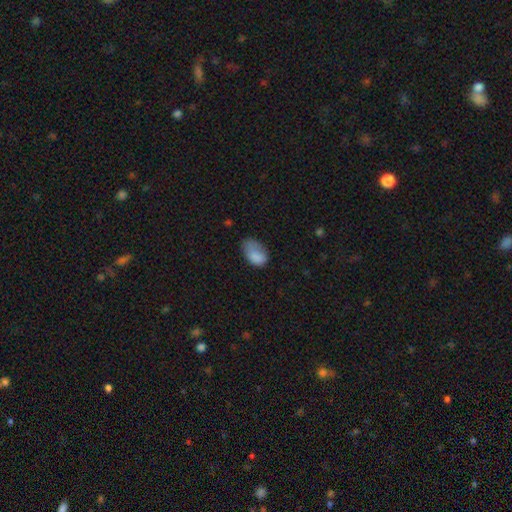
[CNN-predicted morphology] Overall: smooth (82%). How rounded: in between (90%). Merging: minor disturbance (38%; none 36%).